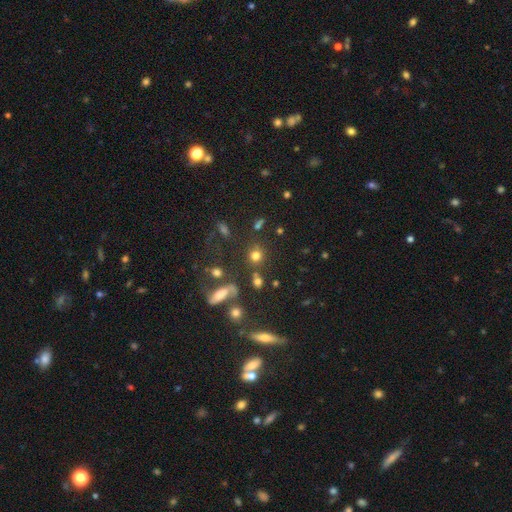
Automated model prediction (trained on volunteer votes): Smooth or featured? smooth (73%)
How rounded? round (86%)
Merging? none (73%)